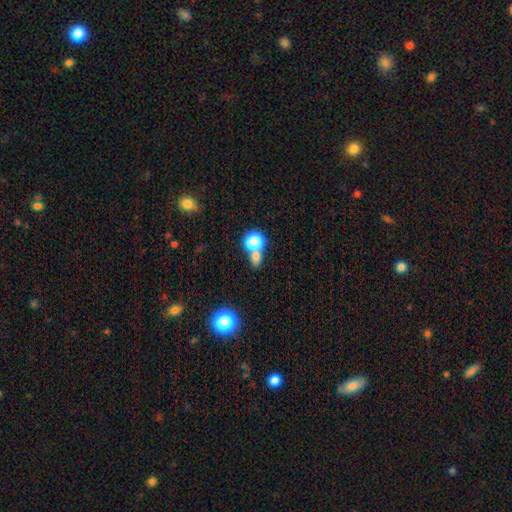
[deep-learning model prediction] This is likely a smooth galaxy (72%). How rounded: possibly round (57%). Merging: possibly merger (48%).